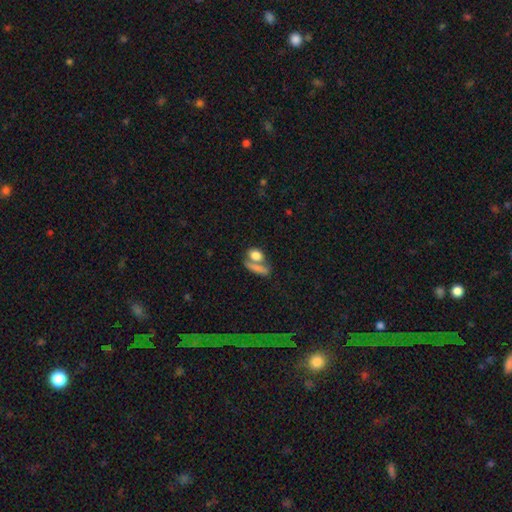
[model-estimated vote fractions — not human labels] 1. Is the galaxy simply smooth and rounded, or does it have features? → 80% smooth, 12% featured or disk, 9% star or artifact.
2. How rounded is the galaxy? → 59% in between, 29% round, 12% cigar-shaped.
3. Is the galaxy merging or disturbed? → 43% merger, 41% none, 9% minor disturbance, 7% major disturbance.